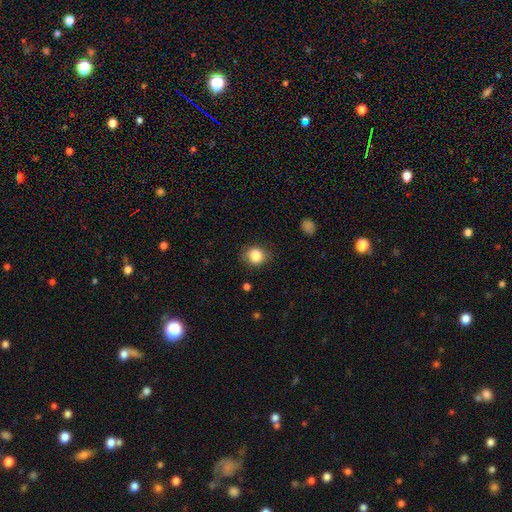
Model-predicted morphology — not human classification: This appears to be a smooth galaxy with no disk features (84%) that is round (75%). Merging: none (81%).